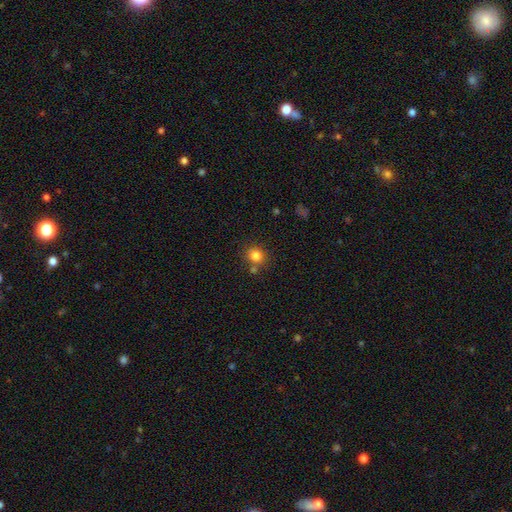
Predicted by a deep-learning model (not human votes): Smooth or featured? smooth (82%)
How rounded? round (86%)
Merging? none (73%)